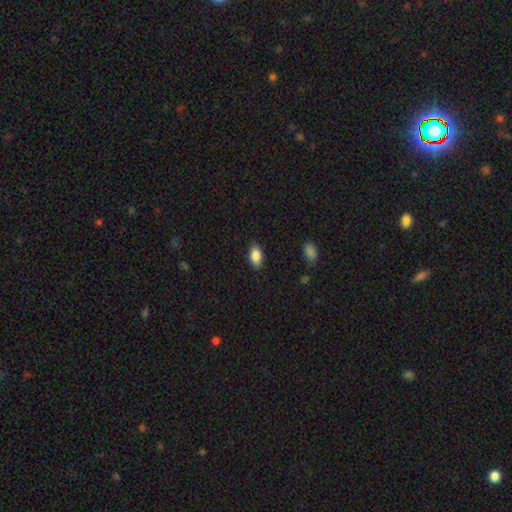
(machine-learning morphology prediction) Overall: smooth (86%). How rounded: in between (90%). Merging: none (85%).